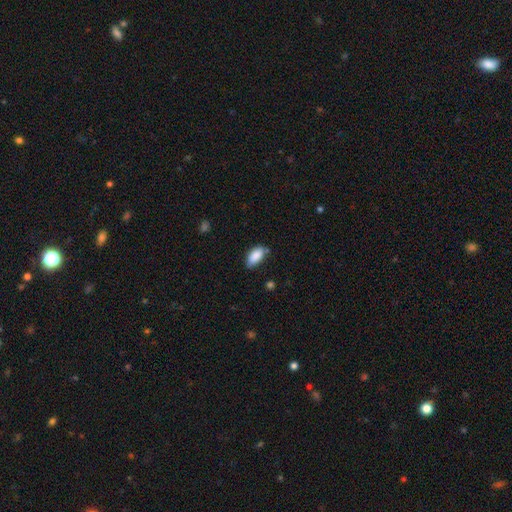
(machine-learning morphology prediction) Smooth or featured? Predicted: smooth (p=0.87). How rounded? Predicted: in between (p=0.92). Merging? Predicted: none (p=0.69).